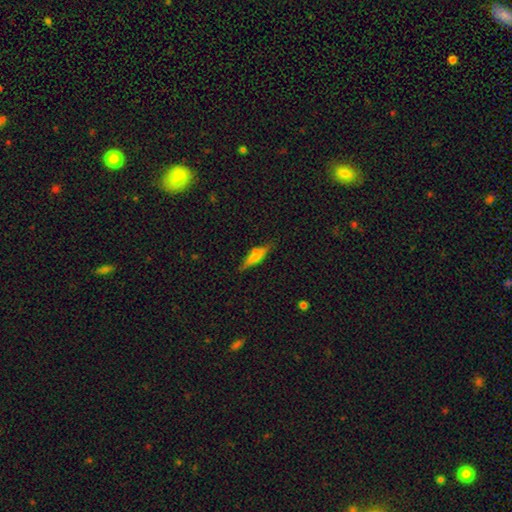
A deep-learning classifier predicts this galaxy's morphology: Smooth or featured? smooth (58%)
How rounded? cigar-shaped (61%)
Merging? none (71%)